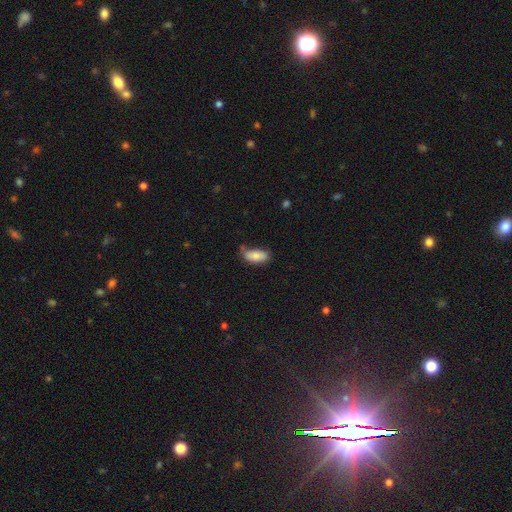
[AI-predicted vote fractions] A smooth galaxy with no disk features (83%) that is in between round and cigar-shaped (89%). Merging: none (67%).